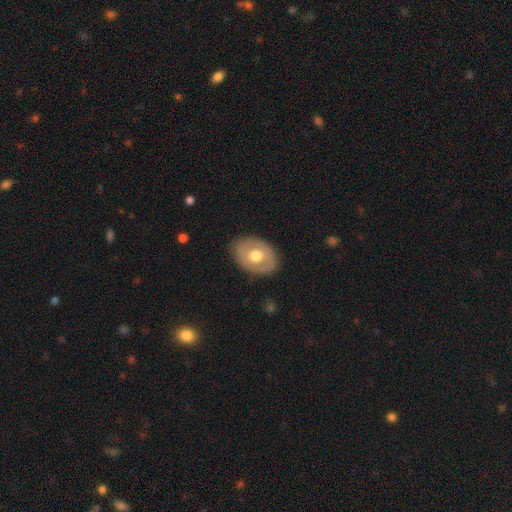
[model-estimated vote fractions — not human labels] This appears to be a smooth galaxy with no disk features (49%). Merging: none (83%).